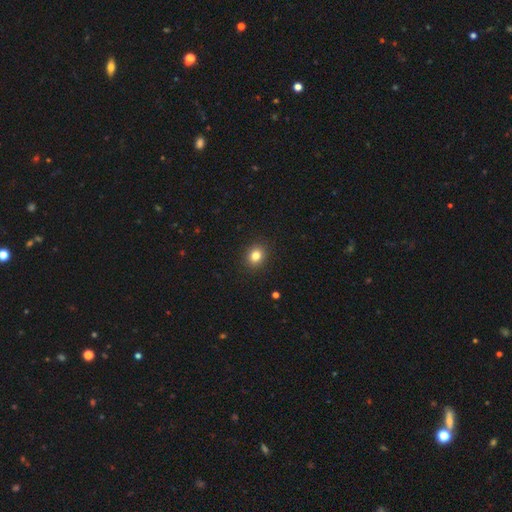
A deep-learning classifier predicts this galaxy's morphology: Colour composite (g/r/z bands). It shows a smooth galaxy with no disk features (82%) that is round (64%). Merging: none (91%).